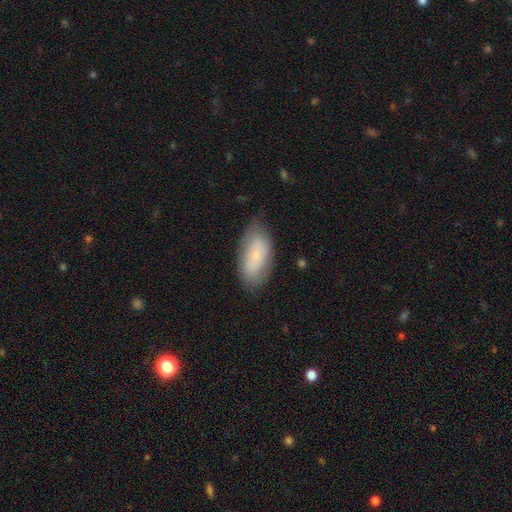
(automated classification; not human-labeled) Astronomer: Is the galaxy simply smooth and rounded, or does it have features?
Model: smooth — 69%.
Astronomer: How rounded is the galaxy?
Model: in between — 91%.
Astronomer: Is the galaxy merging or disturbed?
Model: none — 73%.